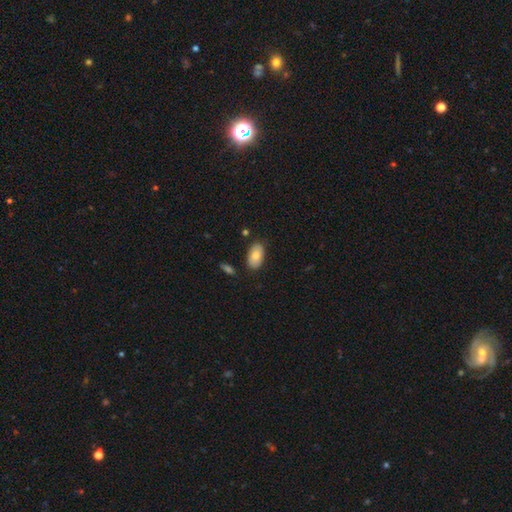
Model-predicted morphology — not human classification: Overall: smooth (80%). How rounded: in between (94%). Merging: none (82%).